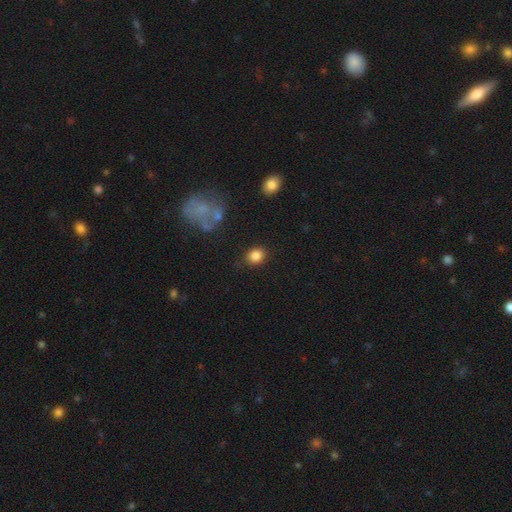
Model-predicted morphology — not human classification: Smooth or featured?
  - smooth: 85% *
  - star or artifact: 9%
  - featured or disk: 5%
How rounded?
  - round: 60% *
  - in between: 39%
  - cigar-shaped: 1%
Merging?
  - none: 85% *
  - minor disturbance: 10%
  - major disturbance: 3%
  - merger: 2%